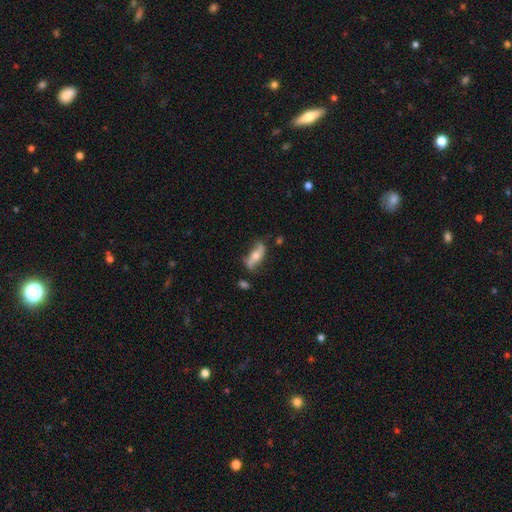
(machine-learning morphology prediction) featured or disk 55%, smooth 38%, star or artifact 7%. Down the decision tree: edge-on disk — no (64%); merging — none (62%).